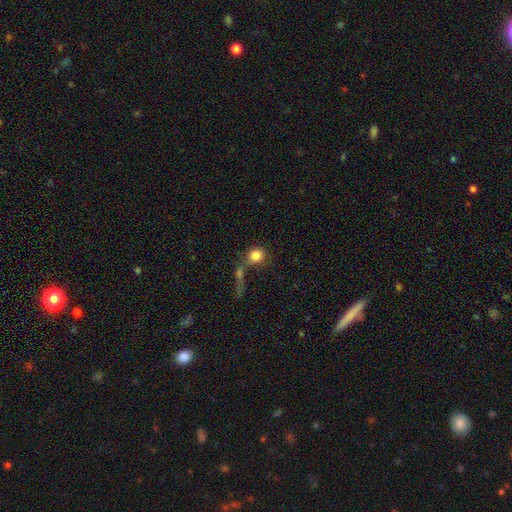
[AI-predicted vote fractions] Overall: smooth (82%). How rounded: round (81%). Merging: none (41%; merger 36%).